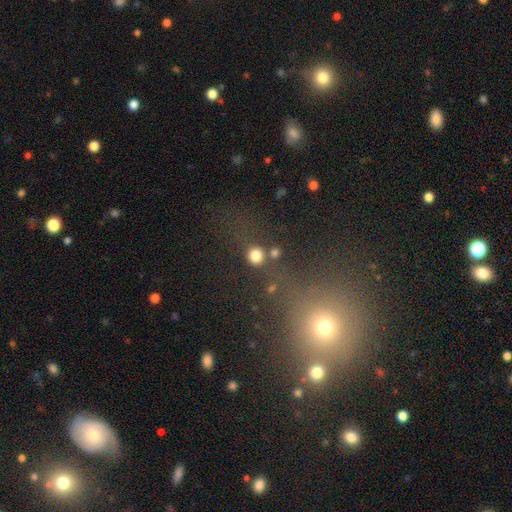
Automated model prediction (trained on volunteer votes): The model was most divided on "merging": none: 73%, merger: 13%, minor disturbance: 9%, major disturbance: 5%. More confident: how rounded — round (90%); smooth or featured — smooth (80%).